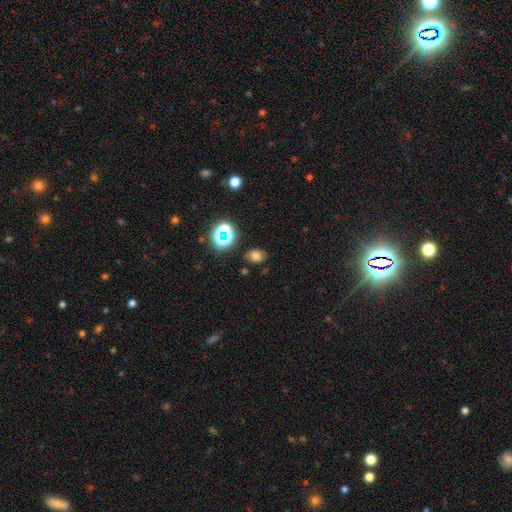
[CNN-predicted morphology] A smooth galaxy with no disk features (69%) that is in between round and cigar-shaped (66%). Merging: none (76%).